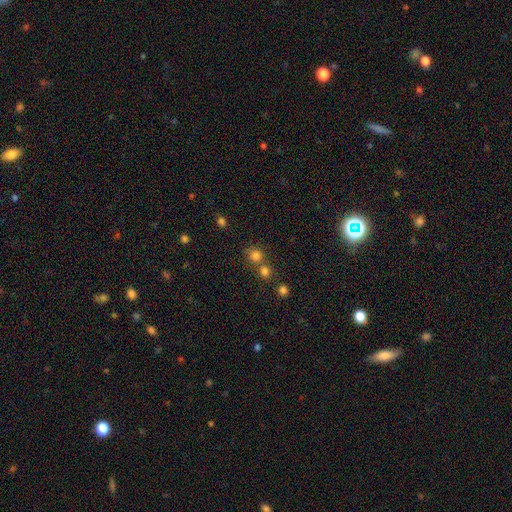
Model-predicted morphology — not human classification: Q: Smooth or featured?
A: smooth (78%); runner-up: star or artifact (16%)
Q: How rounded?
A: round (87%); runner-up: in between (12%)
Q: Merging?
A: none (58%); runner-up: merger (30%)